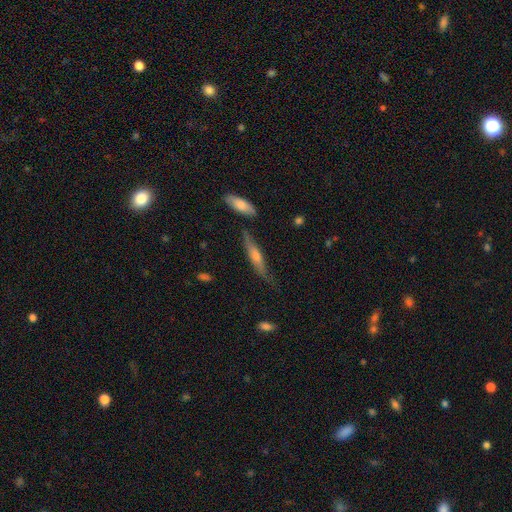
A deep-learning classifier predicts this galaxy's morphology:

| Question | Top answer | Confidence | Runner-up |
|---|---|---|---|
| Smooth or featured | featured or disk | 53% | smooth (39%) |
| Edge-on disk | yes | 89% | no (11%) |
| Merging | none | 66% | minor disturbance (22%) |